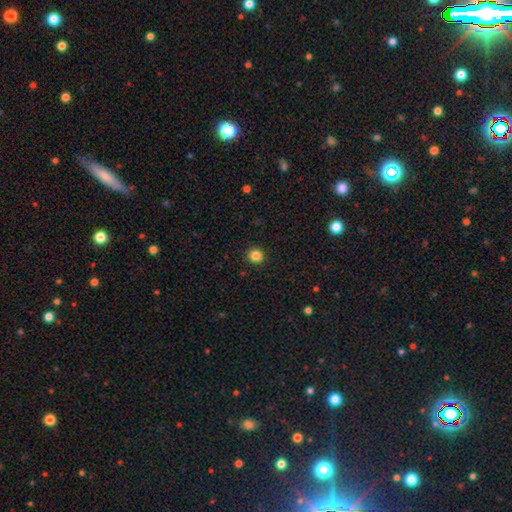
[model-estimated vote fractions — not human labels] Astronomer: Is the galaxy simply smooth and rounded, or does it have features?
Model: smooth — 84%.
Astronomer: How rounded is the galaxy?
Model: round — 94%.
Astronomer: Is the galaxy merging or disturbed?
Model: none — 93%.